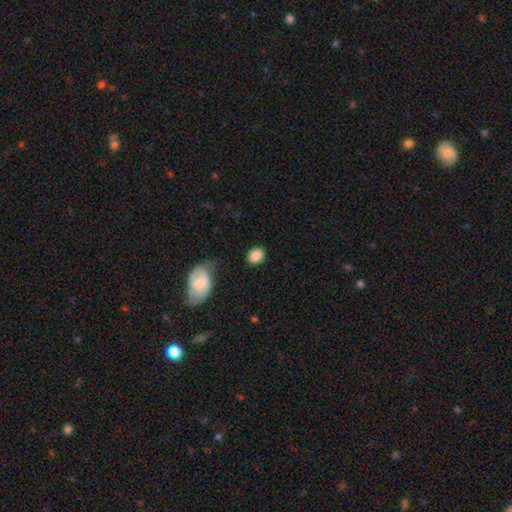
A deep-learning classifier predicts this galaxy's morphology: Smooth or featured?
  - smooth: 87% *
  - star or artifact: 8%
  - featured or disk: 6%
How rounded?
  - round: 63% *
  - in between: 35%
  - cigar-shaped: 1%
Merging?
  - none: 83% *
  - minor disturbance: 10%
  - major disturbance: 3%
  - merger: 3%